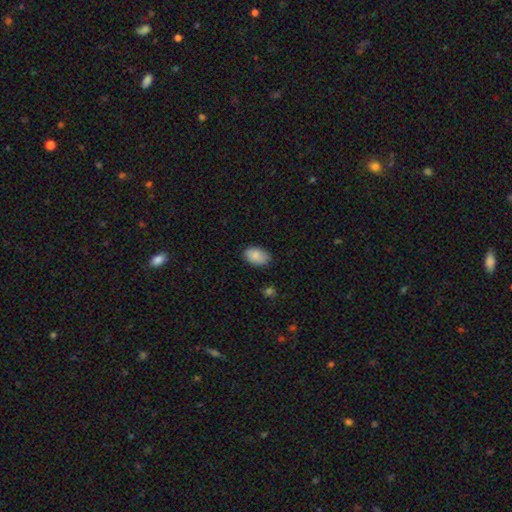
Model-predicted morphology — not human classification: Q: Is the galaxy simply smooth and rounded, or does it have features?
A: smooth — 86%.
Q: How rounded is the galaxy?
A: in between — 89%.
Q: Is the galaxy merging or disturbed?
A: none — 82%.